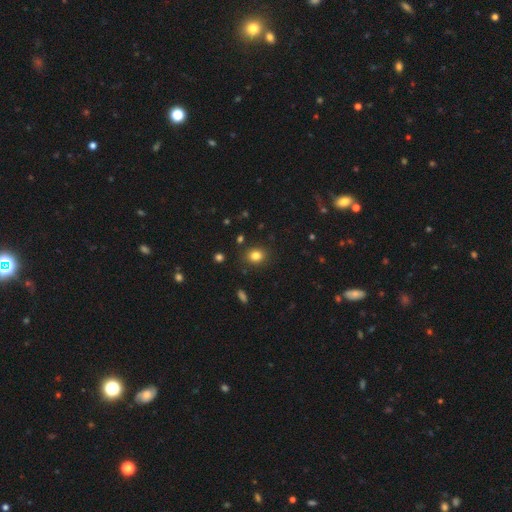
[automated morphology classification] smooth 82%, star or artifact 12%, featured or disk 6%. Down the decision tree: how rounded — round (60%); merging — none (87%).